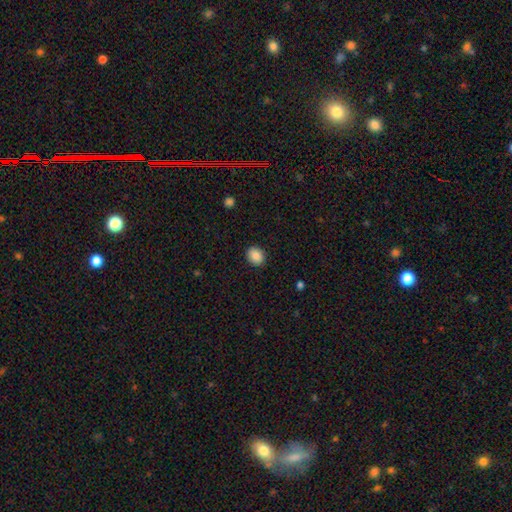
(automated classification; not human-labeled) smooth 87%, star or artifact 8%, featured or disk 4%. Down the decision tree: how rounded — round (59%); merging — none (90%).